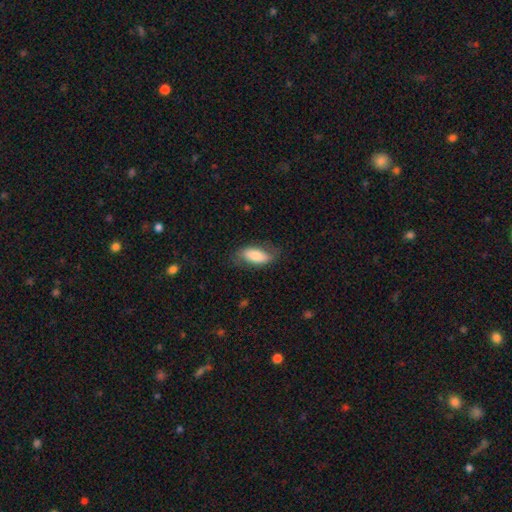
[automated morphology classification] Overall: smooth (74%). How rounded: in between (87%). Merging: none (65%).